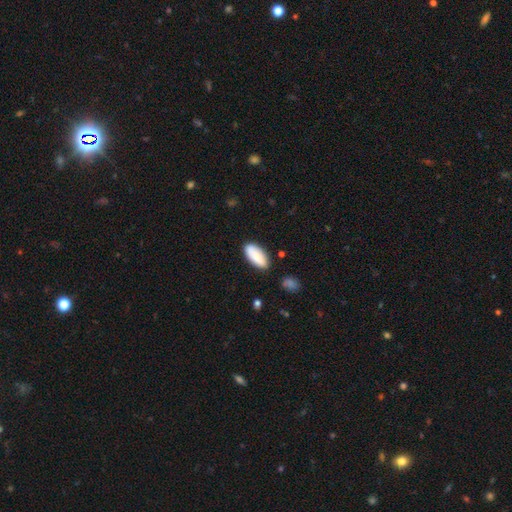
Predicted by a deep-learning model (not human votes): Smooth or featured?
  - smooth: 85% *
  - featured or disk: 9%
  - star or artifact: 6%
How rounded?
  - in between: 90% *
  - cigar-shaped: 8%
  - round: 2%
Merging?
  - none: 82% *
  - minor disturbance: 13%
  - merger: 3%
  - major disturbance: 3%